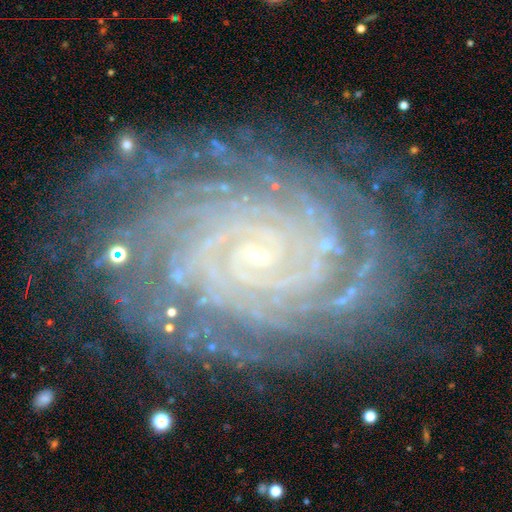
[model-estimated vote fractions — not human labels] This appears to be a featured or disk galaxy (92%) with no bar (73%), more than 4 (30%) tight (88%) spiral arms (99%) and a small central bulge (88%). Merging: none (77%).